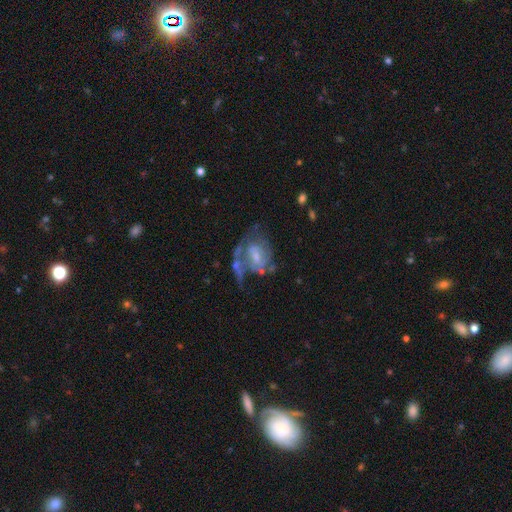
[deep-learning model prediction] smooth-or-featured: featured or disk: 71% | smooth: 21% | star or artifact: 8%
  disk-edge-on: no: 97% | yes: 3%
    bar: no: 47% | weak: 43% | strong: 10%
    has-spiral-arms: yes: 68% | no: 32%
    bulge-size: small: 45% | moderate: 41% | none: 8% | large: 4% | dominant: 1%
  merging: major disturbance: 37% | none: 29% | minor disturbance: 21% | merger: 13%